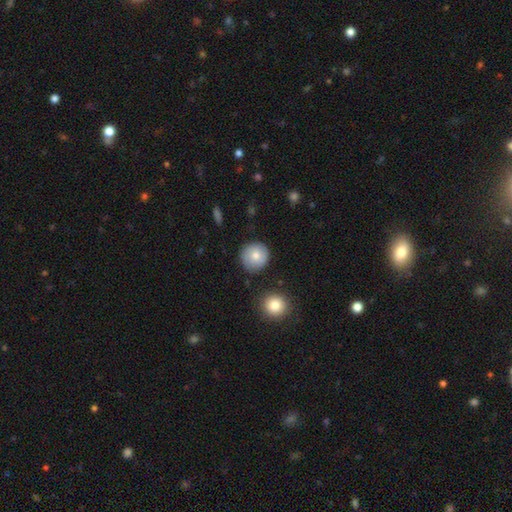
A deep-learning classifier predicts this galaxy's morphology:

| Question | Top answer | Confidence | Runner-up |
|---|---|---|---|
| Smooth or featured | smooth | 78% | featured or disk (14%) |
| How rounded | round | 94% | in between (5%) |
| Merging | none | 84% | minor disturbance (11%) |